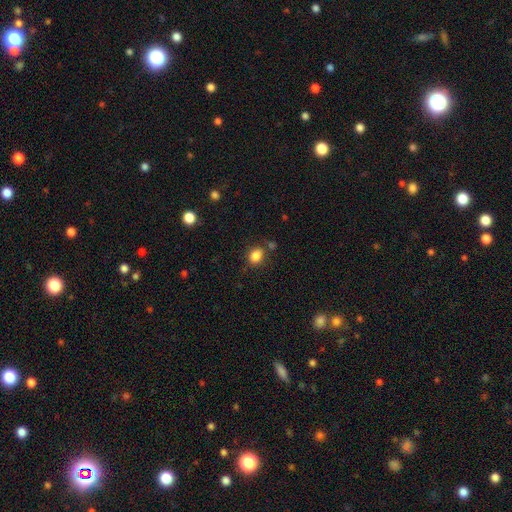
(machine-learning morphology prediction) Q: Smooth or featured?
A: smooth (84%); runner-up: star or artifact (11%)
Q: How rounded?
A: in between (50%); runner-up: round (49%)
Q: Merging?
A: none (77%); runner-up: minor disturbance (12%)